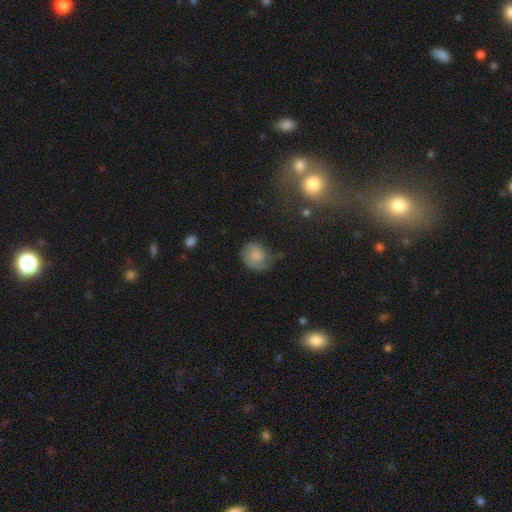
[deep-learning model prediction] smooth-or-featured: smooth: 56% | featured or disk: 35% | star or artifact: 9%
  how-rounded: round: 58% | in between: 41% | cigar-shaped: 1%
  merging: none: 46% | minor disturbance: 32% | major disturbance: 20% | merger: 2%